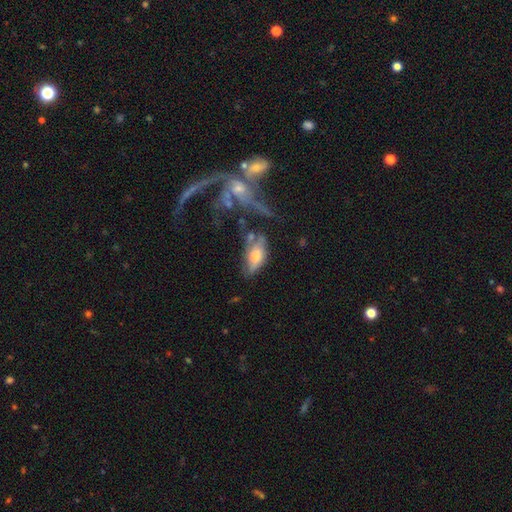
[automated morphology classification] Q: Smooth or featured?
A: smooth (54%); runner-up: featured or disk (38%)
Q: How rounded?
A: in between (84%); runner-up: cigar-shaped (12%)
Q: Merging?
A: none (39%); runner-up: minor disturbance (28%)